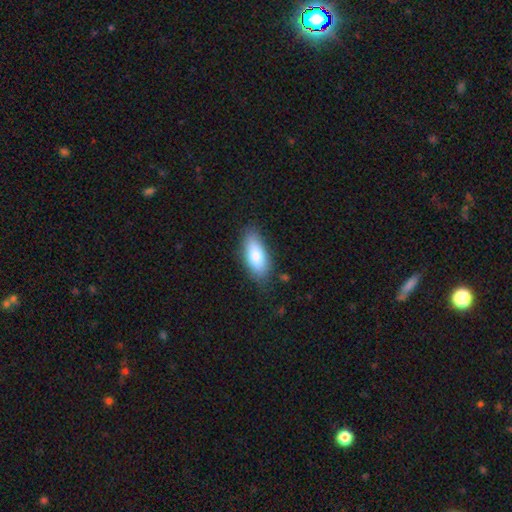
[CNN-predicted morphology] Smooth or featured? smooth (81%)
How rounded? in between (79%)
Merging? none (82%)